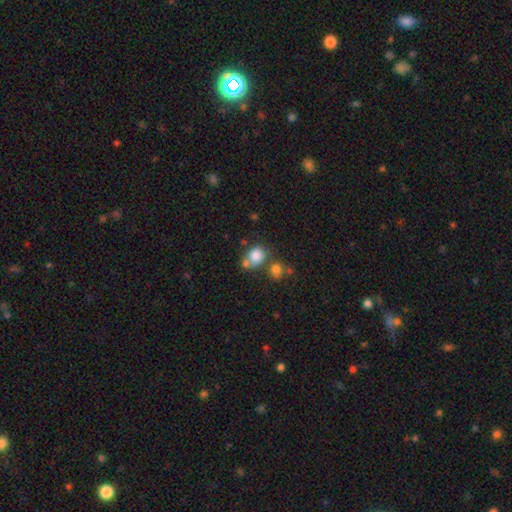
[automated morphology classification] The model was most divided on "merging": none: 43%, merger: 36%, minor disturbance: 14%, major disturbance: 7%. More confident: smooth or featured — smooth (80%); how rounded — round (56%).